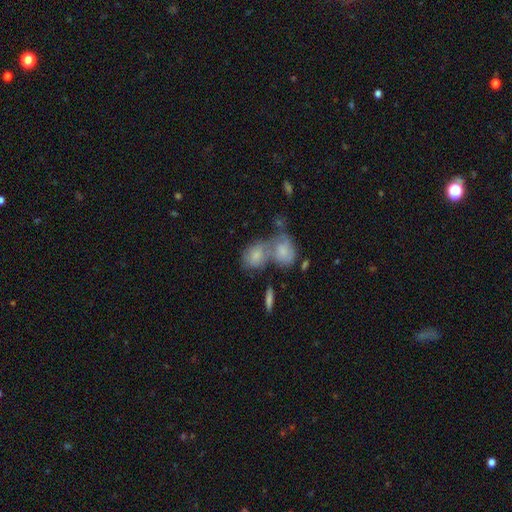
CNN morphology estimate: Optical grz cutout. It shows a smooth galaxy with no disk features (64%) that is in between round and cigar-shaped (68%). Merging: merger (63%).